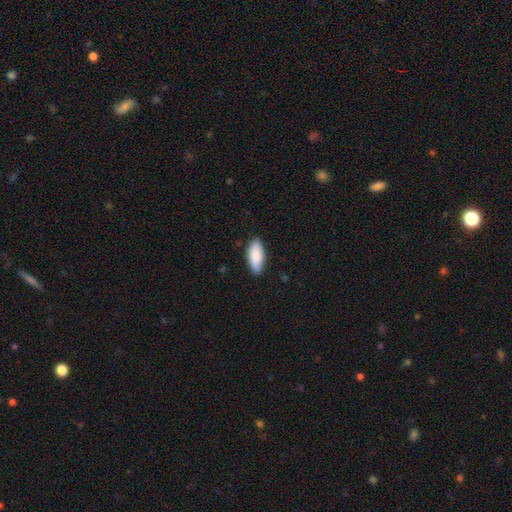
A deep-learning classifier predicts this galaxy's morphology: smooth-or-featured: smooth: 85% | featured or disk: 10% | star or artifact: 6%
  how-rounded: in between: 85% | cigar-shaped: 13% | round: 2%
  merging: none: 86% | minor disturbance: 12% | major disturbance: 2% | merger: 1%